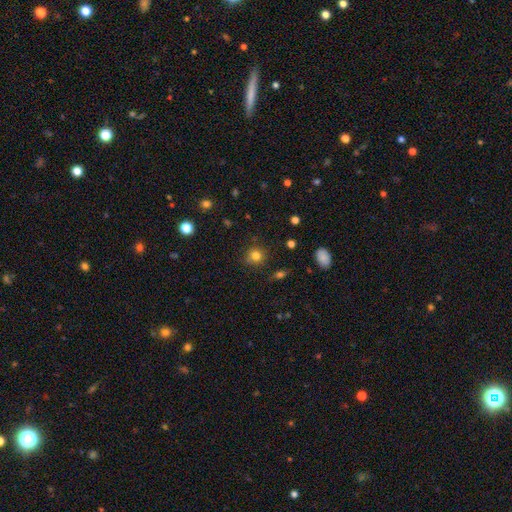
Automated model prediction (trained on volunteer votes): This appears to be a smooth galaxy with no disk features (79%) that is round (88%). Merging: none (81%).